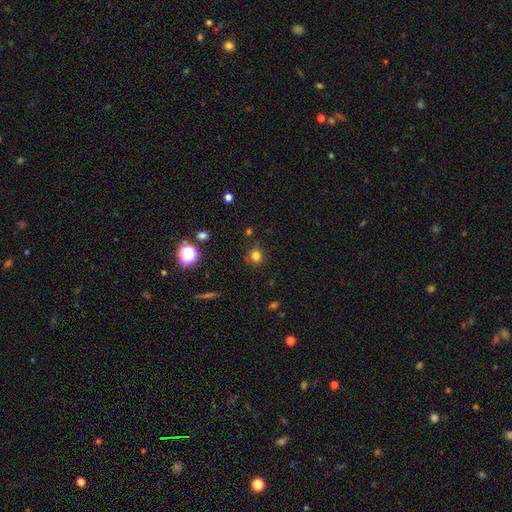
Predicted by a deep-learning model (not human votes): Q: Smooth or featured?
A: smooth (77%); runner-up: star or artifact (17%)
Q: How rounded?
A: round (90%); runner-up: in between (9%)
Q: Merging?
A: none (85%); runner-up: minor disturbance (9%)